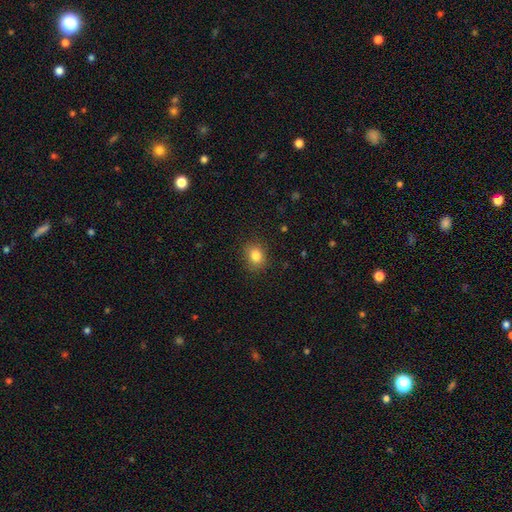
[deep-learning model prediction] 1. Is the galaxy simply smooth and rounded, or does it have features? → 83% smooth, 11% star or artifact, 6% featured or disk.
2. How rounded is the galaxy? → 64% round, 35% in between, 1% cigar-shaped.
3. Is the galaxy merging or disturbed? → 87% none, 10% minor disturbance, 3% major disturbance, 1% merger.